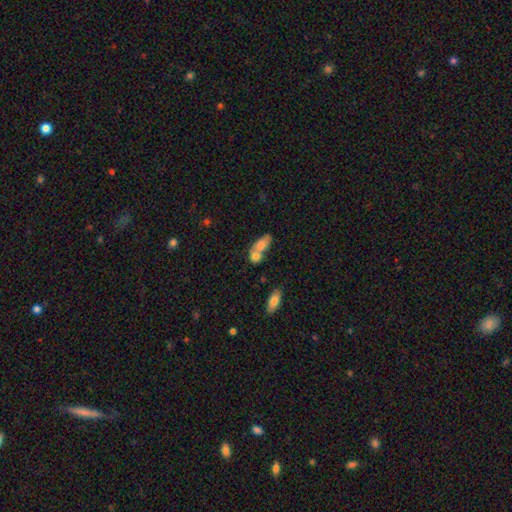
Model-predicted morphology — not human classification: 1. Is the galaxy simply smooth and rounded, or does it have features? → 72% smooth, 20% featured or disk, 8% star or artifact.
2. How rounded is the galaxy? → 69% in between, 24% round, 8% cigar-shaped.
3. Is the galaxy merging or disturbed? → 69% merger, 20% none, 7% minor disturbance, 4% major disturbance.